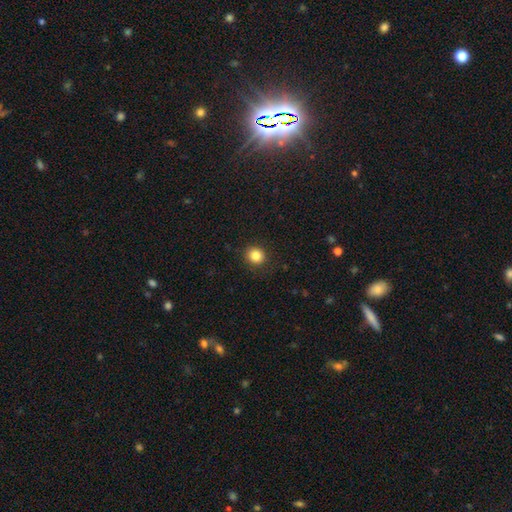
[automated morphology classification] Q: Smooth or featured?
A: smooth (85%); runner-up: star or artifact (11%)
Q: How rounded?
A: round (88%); runner-up: in between (11%)
Q: Merging?
A: none (90%); runner-up: minor disturbance (7%)